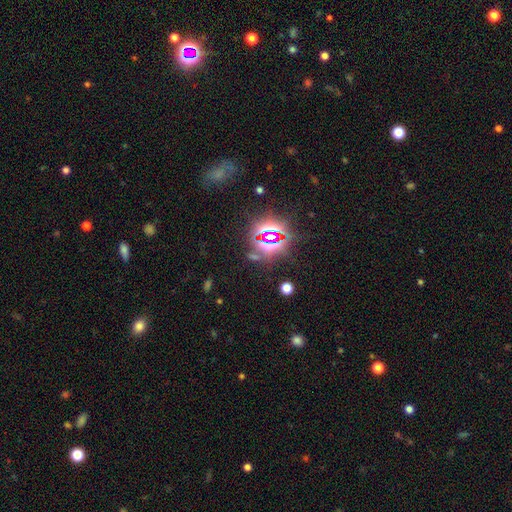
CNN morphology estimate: Q: Smooth or featured?
A: star or artifact (79%); runner-up: smooth (12%)